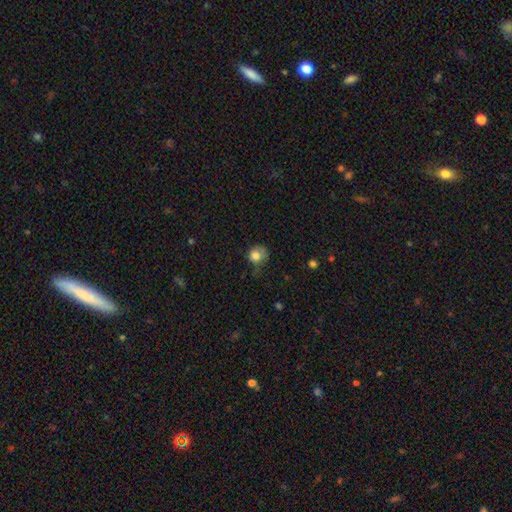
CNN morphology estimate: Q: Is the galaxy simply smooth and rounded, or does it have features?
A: smooth — 78%.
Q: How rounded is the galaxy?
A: round — 75%.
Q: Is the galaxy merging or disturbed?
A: none — 39%.